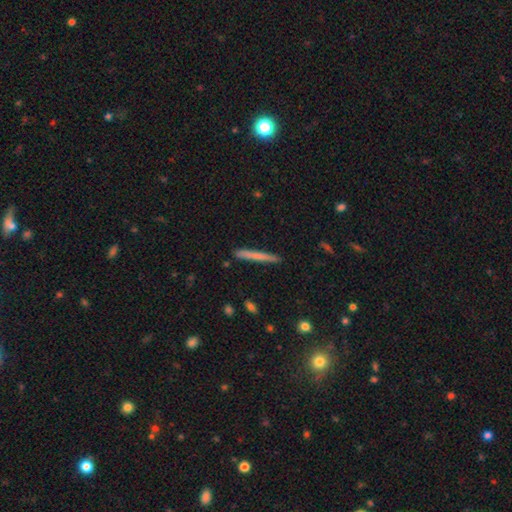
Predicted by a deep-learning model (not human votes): Overall: smooth (66%; featured or disk 28%). How rounded: cigar-shaped (97%). Merging: none (90%).